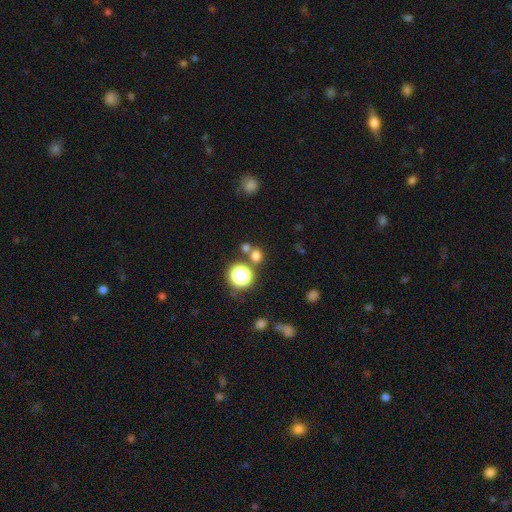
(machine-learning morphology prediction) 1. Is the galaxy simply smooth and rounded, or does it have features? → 68% smooth, 25% star or artifact, 6% featured or disk.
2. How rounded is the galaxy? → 84% round, 15% in between, 1% cigar-shaped.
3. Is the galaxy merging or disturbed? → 68% none, 21% merger, 8% minor disturbance, 3% major disturbance.